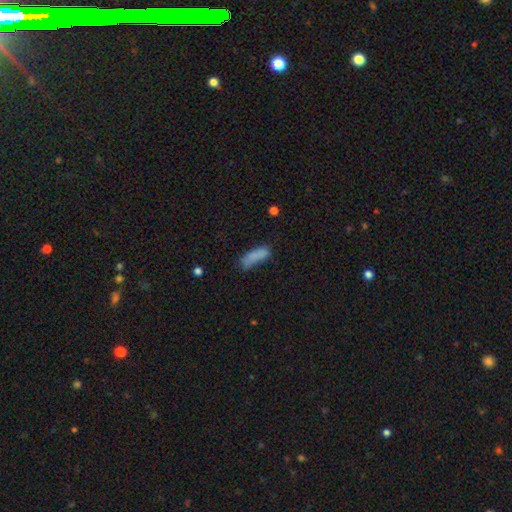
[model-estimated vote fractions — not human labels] smooth 80%, featured or disk 10%, star or artifact 9%. Down the decision tree: how rounded — in between (49%, tied with cigar-shaped); merging — none (48%).